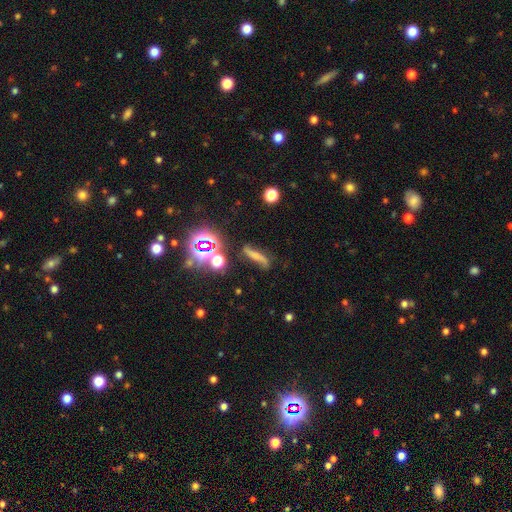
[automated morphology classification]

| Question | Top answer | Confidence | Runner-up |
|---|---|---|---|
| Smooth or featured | smooth | 45% | featured or disk (33%) |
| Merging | none | 67% | minor disturbance (19%) |